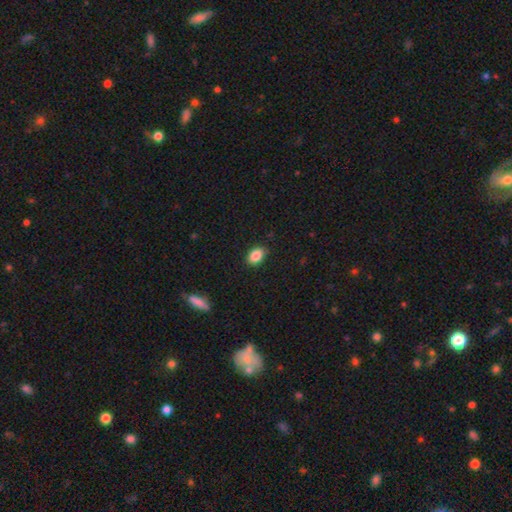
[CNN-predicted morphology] smooth-or-featured: smooth: 87% | star or artifact: 8% | featured or disk: 5%
  how-rounded: in between: 82% | round: 17% | cigar-shaped: 1%
  merging: none: 86% | minor disturbance: 10% | major disturbance: 2% | merger: 1%